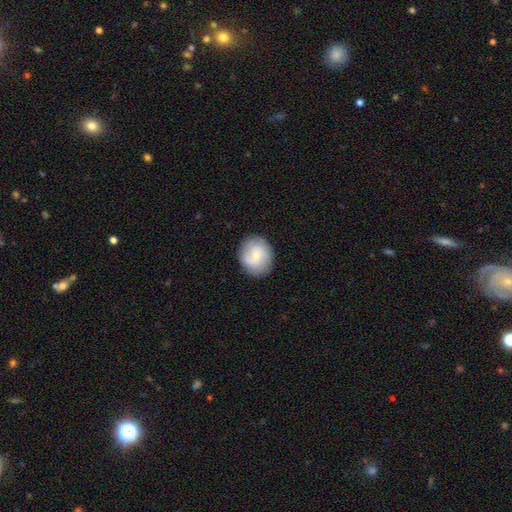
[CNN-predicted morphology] A smooth galaxy with no disk features (57%) that is round (66%). Merging: none (82%).